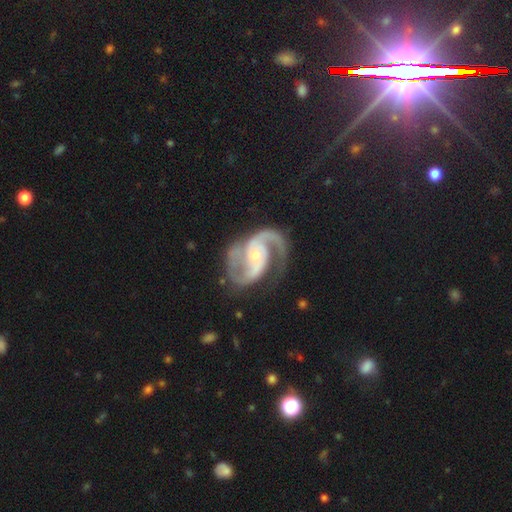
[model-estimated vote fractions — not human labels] smooth-or-featured: featured or disk: 93% | star or artifact: 4% | smooth: 3%
  disk-edge-on: no: 98% | yes: 2%
    bar: no: 48% | weak: 36% | strong: 16%
    has-spiral-arms: yes: 98% | no: 2%
      spiral-winding: medium: 60% | tight: 21% | loose: 19%
      spiral-arm-count: 2: 90% | 1: 3% | 3: 3% | can't tell: 2% | 4: 1% | more than 4: 1%
    bulge-size: small: 55% | moderate: 39% | large: 3% | none: 2% | dominant: 1%
  merging: none: 69% | minor disturbance: 18% | major disturbance: 11% | merger: 2%